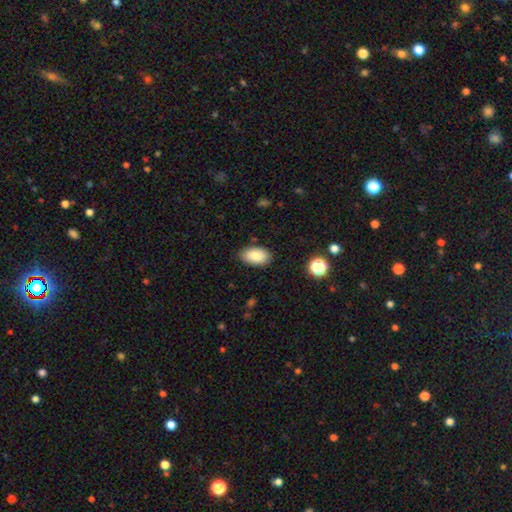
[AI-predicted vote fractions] smooth_or_featured: smooth (p=0.86) [alt: star or artifact p=0.08]
how_rounded: in between (p=0.94) [alt: round p=0.05]
merging: none (p=0.84) [alt: minor disturbance p=0.12]